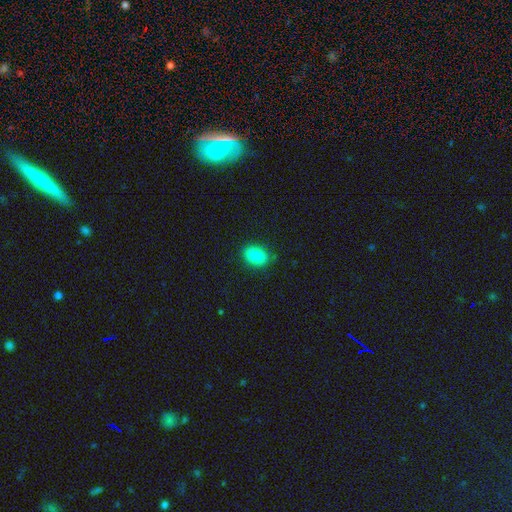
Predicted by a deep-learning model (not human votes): smooth_or_featured: smooth (p=0.85) [alt: star or artifact p=0.08]
how_rounded: in between (p=0.81) [alt: round p=0.18]
merging: none (p=0.85) [alt: minor disturbance p=0.11]